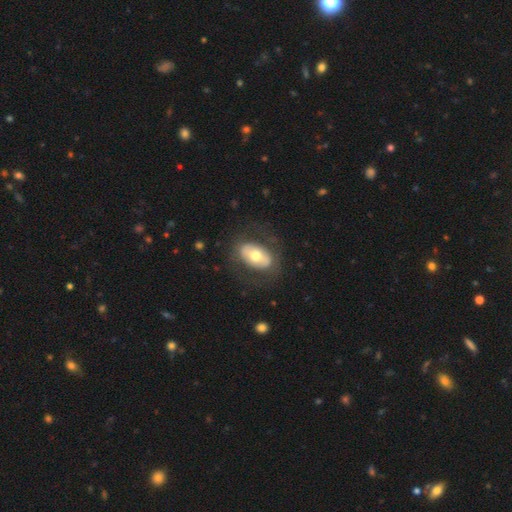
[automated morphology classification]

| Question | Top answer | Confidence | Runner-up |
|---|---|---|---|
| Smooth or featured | smooth | 50% | featured or disk (44%) |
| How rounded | in between | 88% | round (11%) |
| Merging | none | 74% | minor disturbance (14%) |